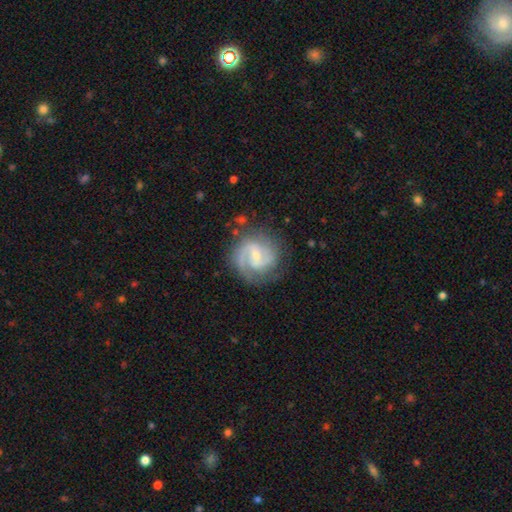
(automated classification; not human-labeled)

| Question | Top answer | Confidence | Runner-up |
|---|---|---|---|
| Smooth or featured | featured or disk | 86% | smooth (8%) |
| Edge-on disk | no | 98% | yes (2%) |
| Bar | weak | 49% | no (40%) |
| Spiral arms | yes | 97% | no (3%) |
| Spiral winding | medium | 50% | tight (37%) |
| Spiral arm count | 2 | 67% | 3 (13%) |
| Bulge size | small | 65% | moderate (29%) |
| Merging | none | 74% | minor disturbance (16%) |